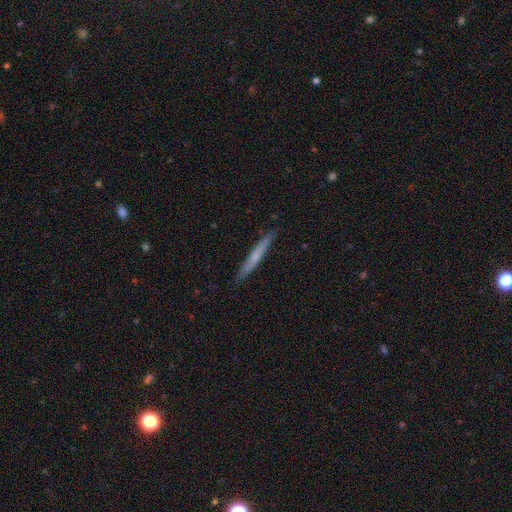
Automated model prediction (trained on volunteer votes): This appears to be a smooth galaxy with no disk features (50%) that is cigar-shaped (96%). Merging: none (90%).